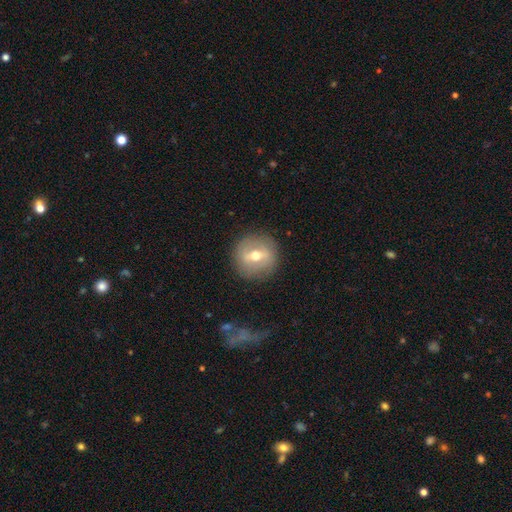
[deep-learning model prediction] featured or disk 54%, smooth 38%, star or artifact 9%. Down the decision tree: edge-on disk — no (88%); merging — none (84%).